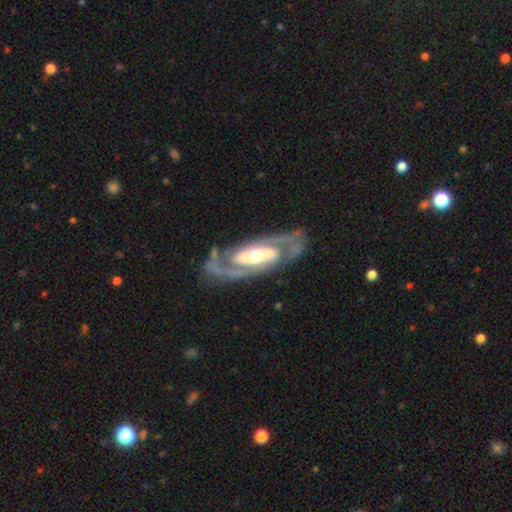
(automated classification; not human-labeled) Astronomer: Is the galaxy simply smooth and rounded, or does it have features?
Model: featured or disk — 89%.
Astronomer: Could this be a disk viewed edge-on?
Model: no — 94%.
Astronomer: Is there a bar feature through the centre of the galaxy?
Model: strong — 42% (runner-up: no, 30%).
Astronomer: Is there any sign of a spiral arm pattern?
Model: yes — 93%.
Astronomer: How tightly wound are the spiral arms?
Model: medium — 48% (runner-up: tight, 38%).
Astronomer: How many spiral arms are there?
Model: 2 — 90%.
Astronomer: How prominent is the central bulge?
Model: moderate — 64%.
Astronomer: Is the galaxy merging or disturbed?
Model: none — 79%.